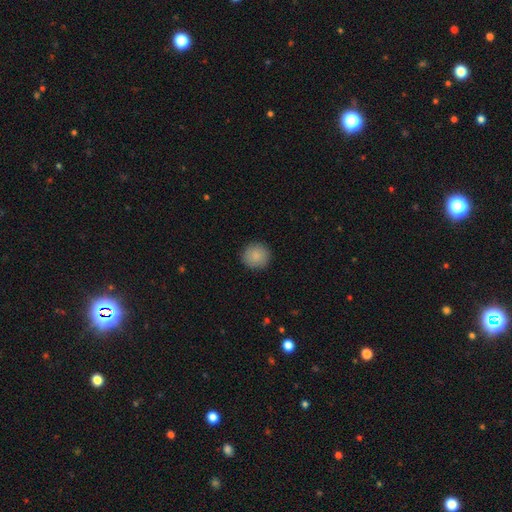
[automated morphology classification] A smooth galaxy with no disk features (87%) that is round (93%).

Vote fractions:
- Smooth or featured? smooth: 87% / star or artifact: 7% / featured or disk: 5%
- How rounded? round: 93% / in between: 6% / cigar-shaped: 1%
- Merging? none: 90% / minor disturbance: 7% / major disturbance: 2% / merger: 1%